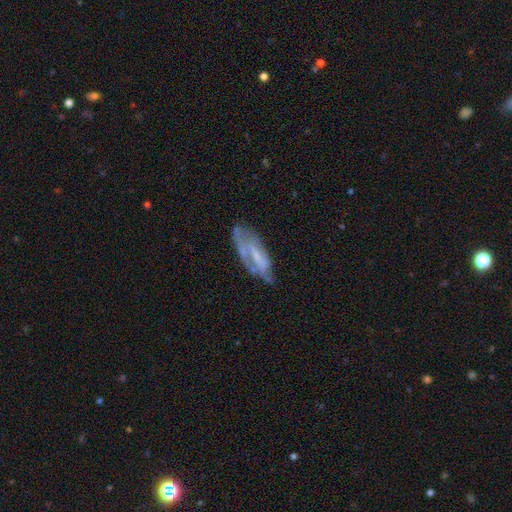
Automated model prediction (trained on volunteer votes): Smooth or featured? Predicted: featured or disk (p=0.61). Edge-on disk? Predicted: no (p=0.81). Merging? Predicted: none (p=0.49).